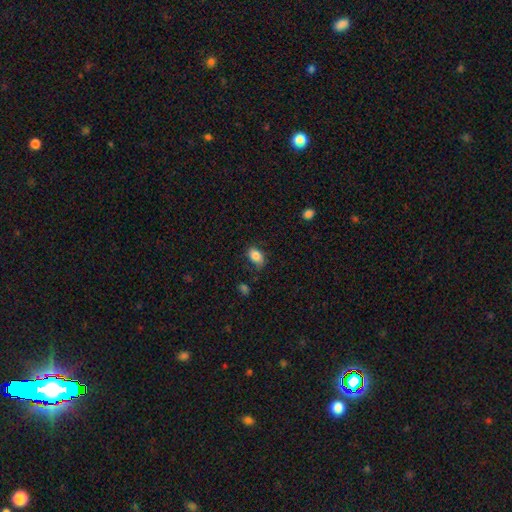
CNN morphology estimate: Overall: smooth (83%). How rounded: in between (86%). Merging: none (65%; minor disturbance 26%).